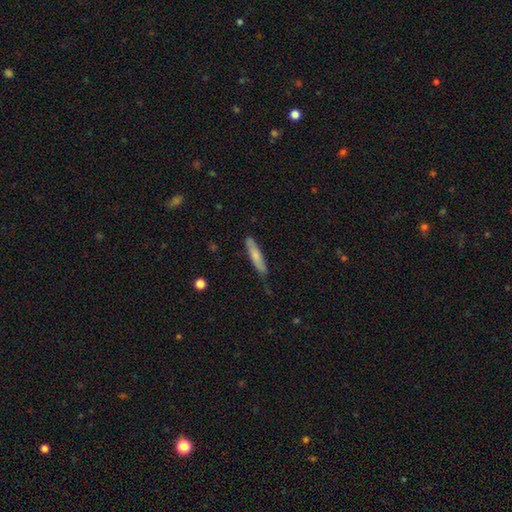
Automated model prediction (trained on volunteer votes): smooth_or_featured: smooth (p=0.69) [alt: featured or disk p=0.26]
how_rounded: cigar-shaped (p=0.87) [alt: in between p=0.11]
merging: none (p=0.77) [alt: minor disturbance p=0.18]